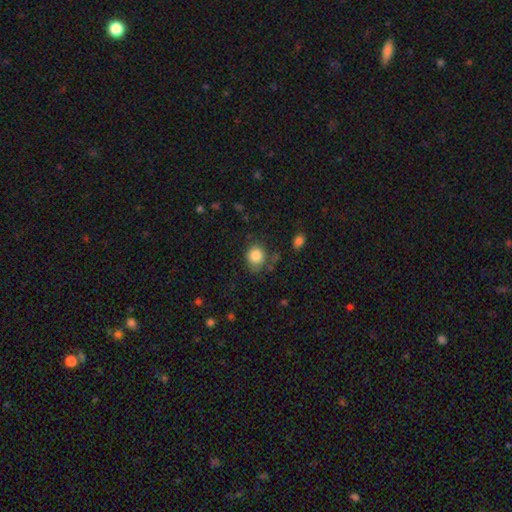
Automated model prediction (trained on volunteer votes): This appears to be a smooth galaxy with no disk features (85%) that is round (70%). Merging: none (69%).